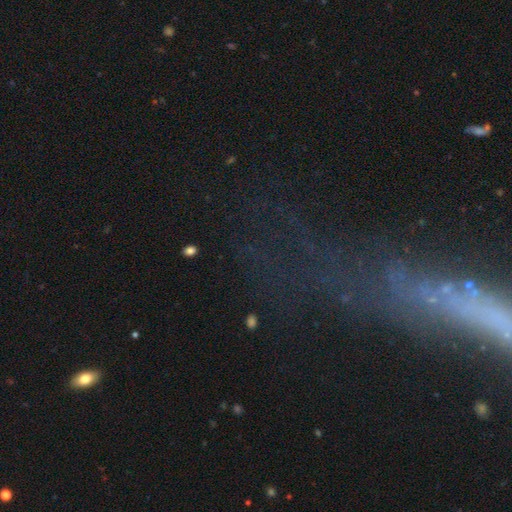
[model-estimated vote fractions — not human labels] Smooth or featured?
  - star or artifact: 40% *
  - featured or disk: 36%
  - smooth: 24%